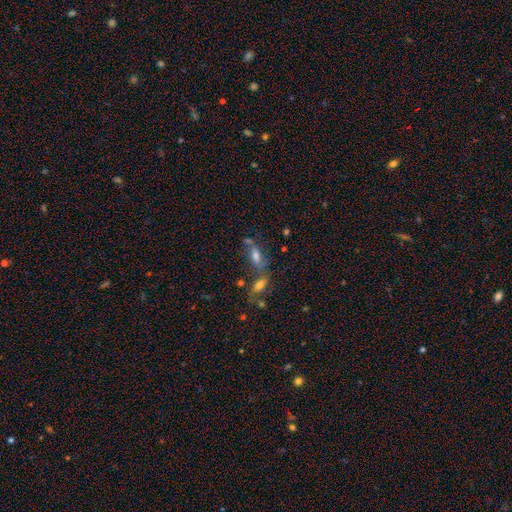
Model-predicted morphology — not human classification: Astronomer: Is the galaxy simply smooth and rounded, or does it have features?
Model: smooth — 51% (runner-up: featured or disk, 35%).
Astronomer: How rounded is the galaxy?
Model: in between — 65%.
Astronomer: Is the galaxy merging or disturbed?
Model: none — 41% (runner-up: merger, 36%).